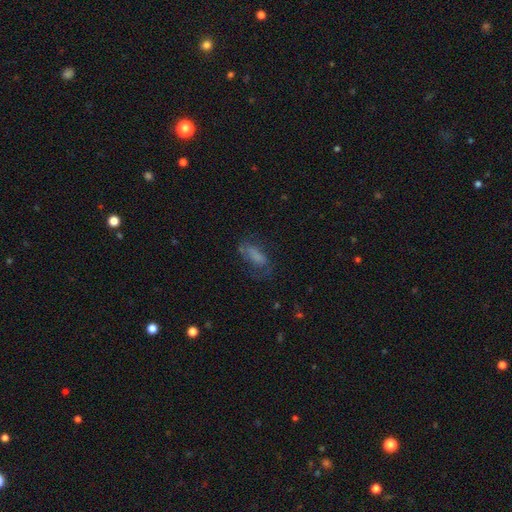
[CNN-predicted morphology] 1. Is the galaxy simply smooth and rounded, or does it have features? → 58% smooth, 29% featured or disk, 13% star or artifact.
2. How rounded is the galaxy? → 73% in between, 24% cigar-shaped, 4% round.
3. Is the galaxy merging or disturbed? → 48% none, 25% major disturbance, 24% minor disturbance, 3% merger.